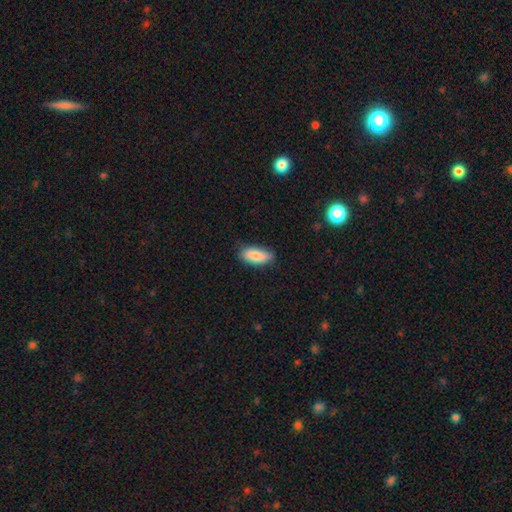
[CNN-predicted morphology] type=smooth (84%); roundness=in between (83%); merging=none (77%).